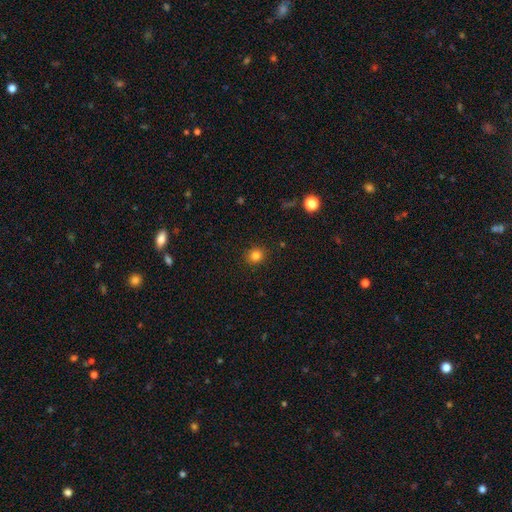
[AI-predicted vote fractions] A smooth galaxy with no disk features (82%) that is round (81%). Merging: none (91%).